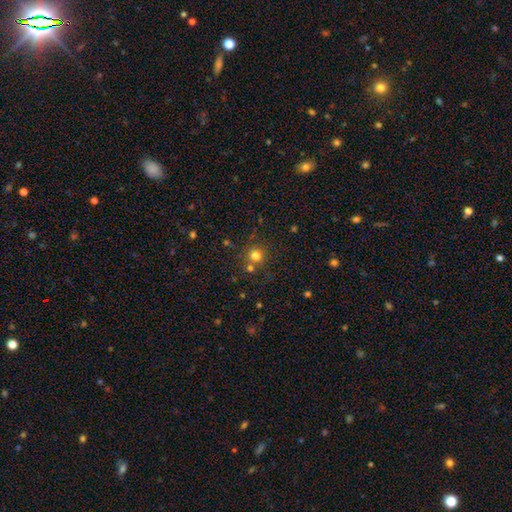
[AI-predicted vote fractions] Smooth or featured: smooth — 75% (star or artifact — 18%)
How rounded: round — 93% (in between — 6%)
Merging: none — 75% (merger — 13%)